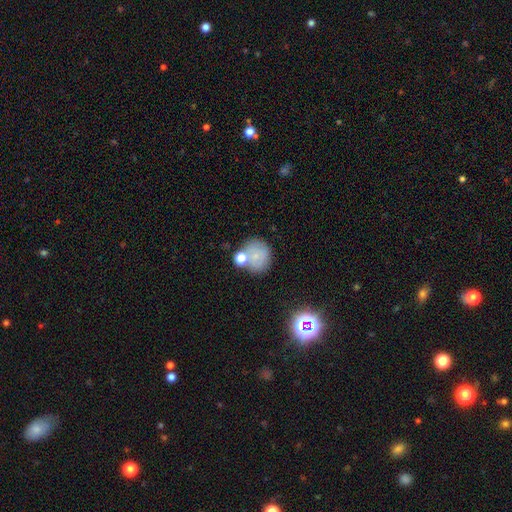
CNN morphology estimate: The model was most divided on "merging": none: 58%, merger: 22%, minor disturbance: 14%, major disturbance: 6%. More confident: how rounded — round (83%); smooth or featured — smooth (71%).